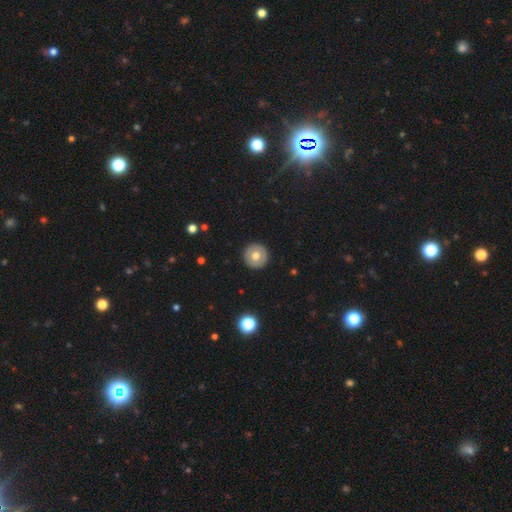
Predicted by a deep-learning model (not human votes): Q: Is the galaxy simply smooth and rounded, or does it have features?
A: smooth — 66%.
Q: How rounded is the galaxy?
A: round — 96%.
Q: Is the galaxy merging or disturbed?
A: none — 93%.